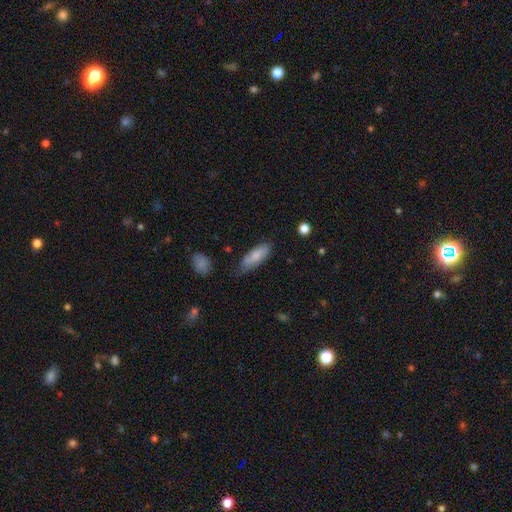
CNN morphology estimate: Q: Smooth or featured?
A: smooth (77%); runner-up: featured or disk (17%)
Q: How rounded?
A: in between (71%); runner-up: cigar-shaped (27%)
Q: Merging?
A: none (62%); runner-up: minor disturbance (28%)